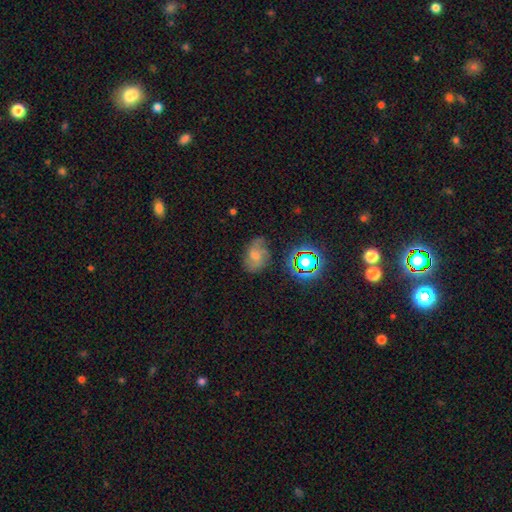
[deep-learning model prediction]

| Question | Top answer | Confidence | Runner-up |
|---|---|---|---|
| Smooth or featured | featured or disk | 47% | smooth (37%) |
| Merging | none | 56% | minor disturbance (28%) |